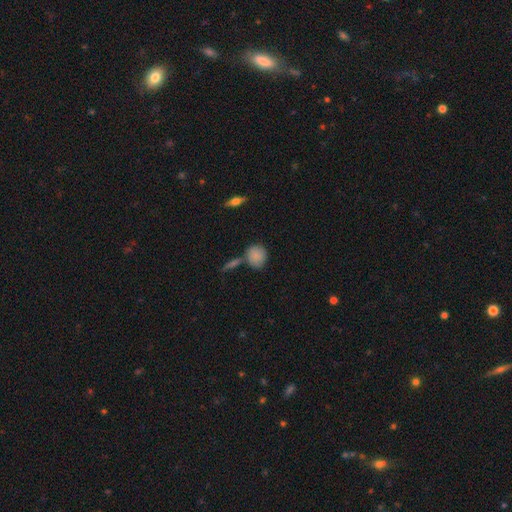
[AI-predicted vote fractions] A smooth galaxy with no disk features (82%) that is round (77%).

Vote fractions:
- Smooth or featured? smooth: 82% / featured or disk: 10% / star or artifact: 8%
- How rounded? round: 77% / in between: 21% / cigar-shaped: 2%
- Merging? none: 61% / merger: 21% / minor disturbance: 14% / major disturbance: 4%